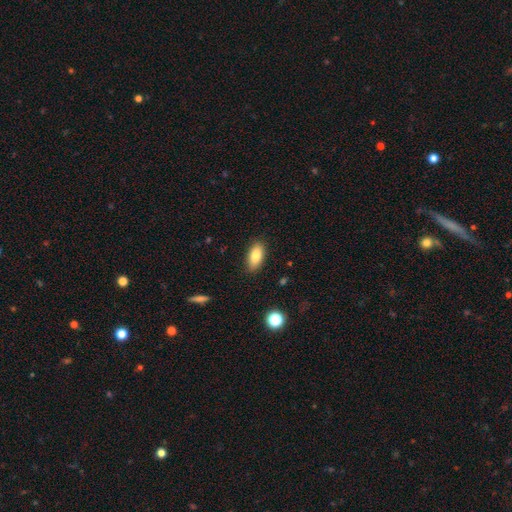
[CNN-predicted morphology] Smooth or featured: smooth — 82% (featured or disk — 10%)
How rounded: in between — 87% (cigar-shaped — 9%)
Merging: none — 86% (minor disturbance — 11%)